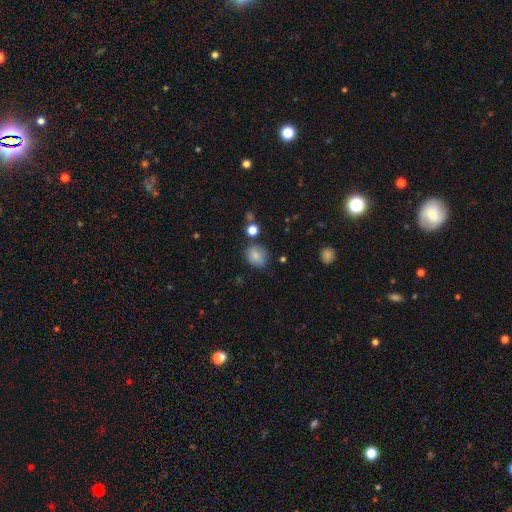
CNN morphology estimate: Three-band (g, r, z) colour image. It shows a smooth galaxy with no disk features (82%) that is round (73%). Merging: none (75%).